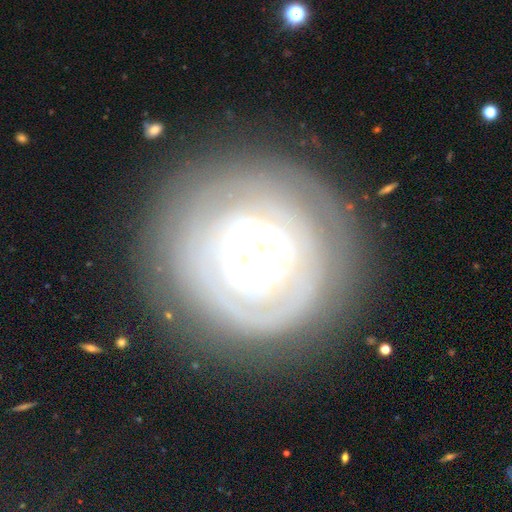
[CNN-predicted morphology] type=featured or disk (67%); edge-on=no (95%); bar=no (73%); spiral arms=yes (62%); bulge=large (45%); merging=none (77%).